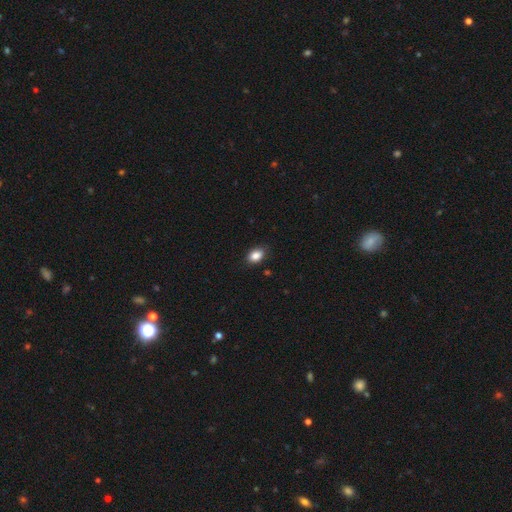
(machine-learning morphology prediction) smooth-or-featured: smooth: 86% | star or artifact: 9% | featured or disk: 5%
  how-rounded: in between: 81% | round: 18% | cigar-shaped: 1%
  merging: none: 84% | minor disturbance: 13% | major disturbance: 2% | merger: 1%